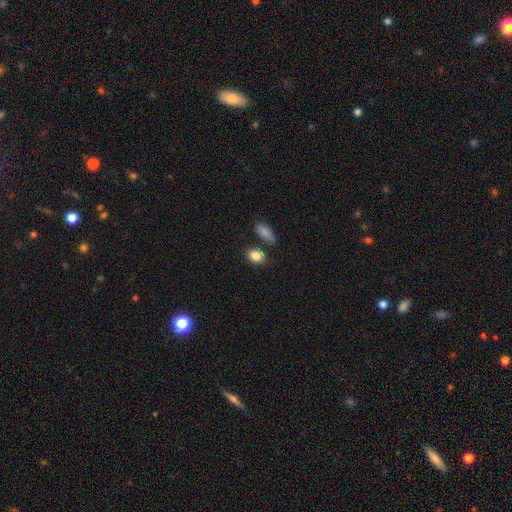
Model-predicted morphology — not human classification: smooth-or-featured: smooth: 85% | star or artifact: 9% | featured or disk: 6%
  how-rounded: in between: 70% | round: 28% | cigar-shaped: 2%
  merging: none: 70% | minor disturbance: 14% | merger: 12% | major disturbance: 4%